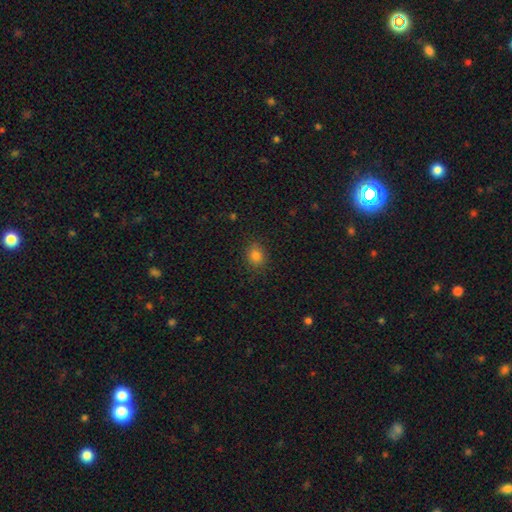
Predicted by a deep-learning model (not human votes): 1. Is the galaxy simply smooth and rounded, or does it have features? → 83% smooth, 13% star or artifact, 5% featured or disk.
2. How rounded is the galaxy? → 72% round, 27% in between, 1% cigar-shaped.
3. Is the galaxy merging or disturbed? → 87% none, 9% minor disturbance, 3% major disturbance, 1% merger.